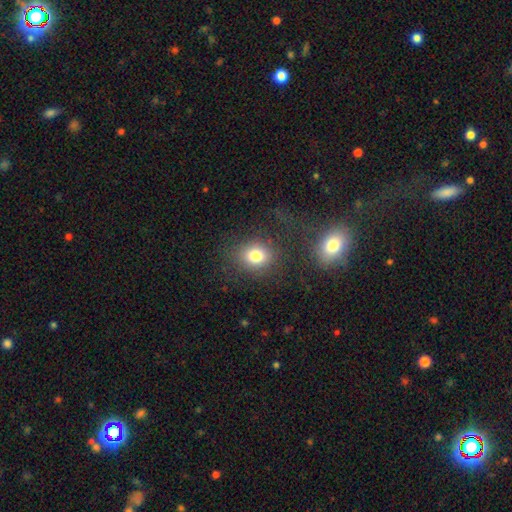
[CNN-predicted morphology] Smooth or featured: smooth — 78% (star or artifact — 13%)
How rounded: round — 65% (in between — 34%)
Merging: none — 76% (minor disturbance — 12%)